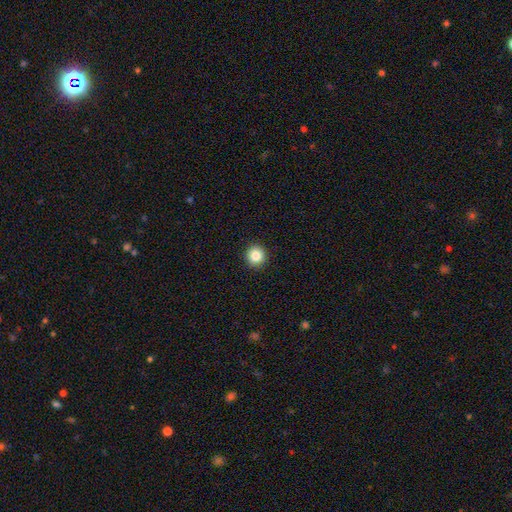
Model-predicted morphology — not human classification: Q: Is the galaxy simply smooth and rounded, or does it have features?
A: smooth — 85%.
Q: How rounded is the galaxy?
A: round — 94%.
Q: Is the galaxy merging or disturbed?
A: none — 93%.